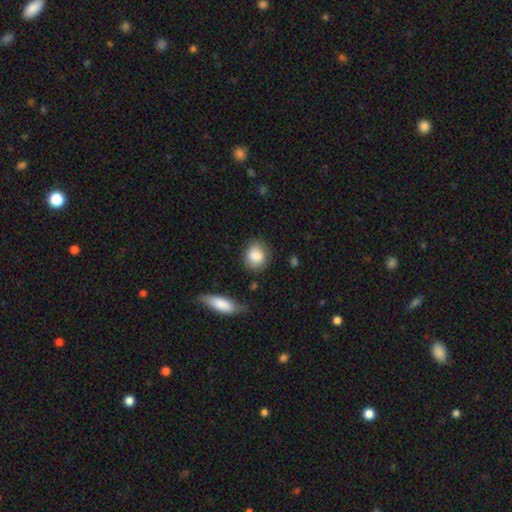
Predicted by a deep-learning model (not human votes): Smooth or featured? smooth (86%)
How rounded? round (60%)
Merging? none (73%)